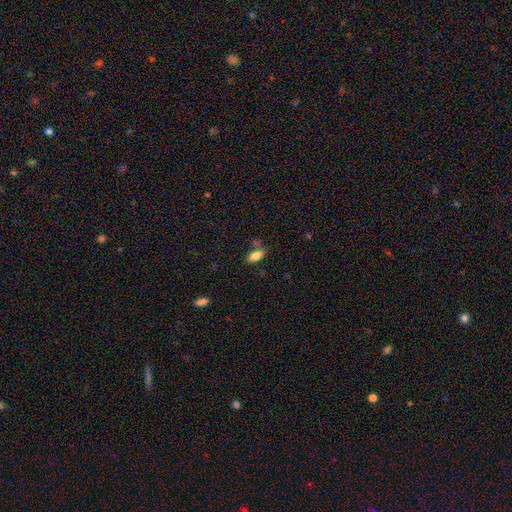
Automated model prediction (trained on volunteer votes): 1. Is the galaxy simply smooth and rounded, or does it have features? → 82% smooth, 10% featured or disk, 8% star or artifact.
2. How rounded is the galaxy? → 90% in between, 6% cigar-shaped, 3% round.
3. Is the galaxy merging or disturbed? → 69% none, 15% minor disturbance, 12% merger, 4% major disturbance.